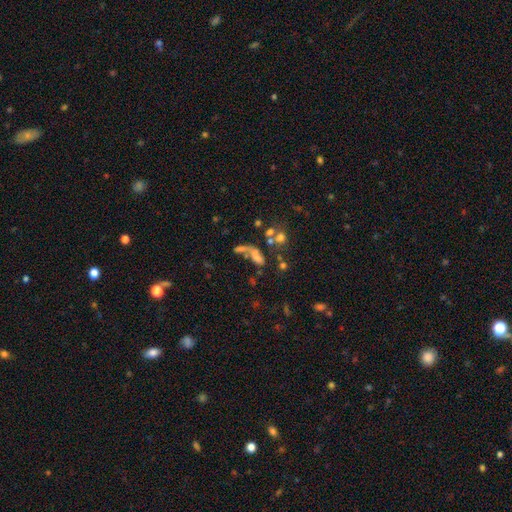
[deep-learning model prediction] Smooth or featured? Predicted: smooth (p=0.51). How rounded? Predicted: in between (p=0.65). Merging? Predicted: merger (p=0.39).